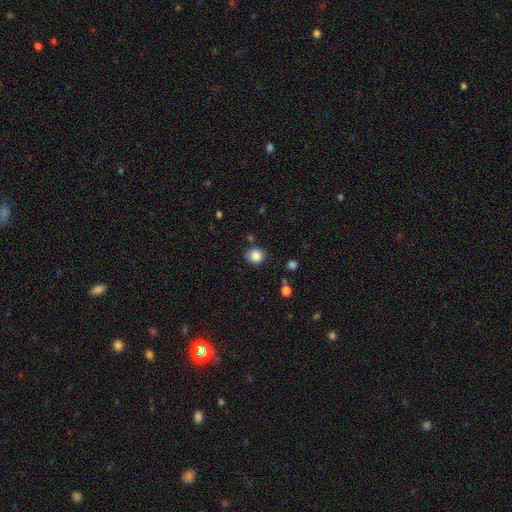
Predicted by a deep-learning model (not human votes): smooth 85%, star or artifact 10%, featured or disk 5%. Down the decision tree: how rounded — round (80%); merging — none (83%).